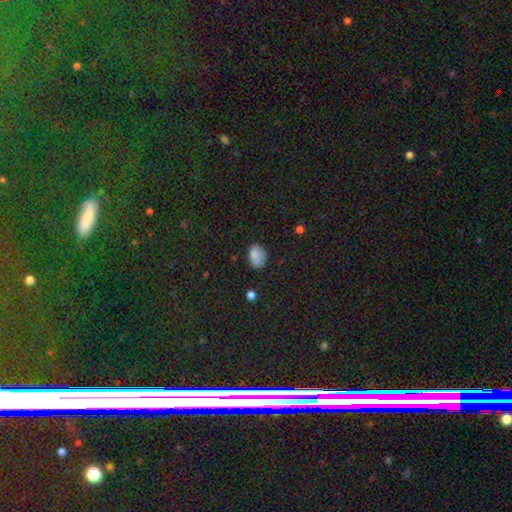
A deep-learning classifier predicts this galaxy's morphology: A smooth galaxy with no disk features (79%) that is in between round and cigar-shaped (79%). Merging: none (64%).